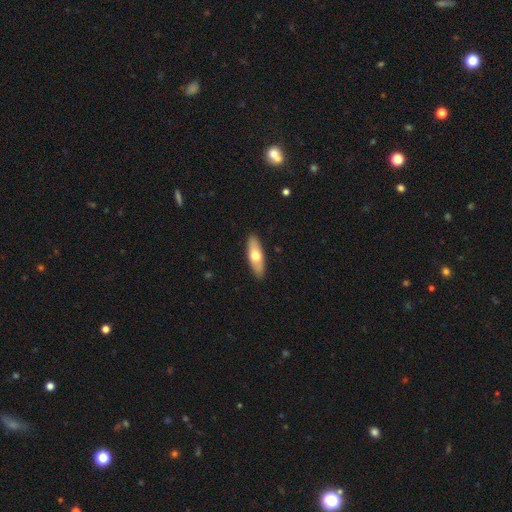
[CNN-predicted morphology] Smooth or featured?
  - smooth: 60% *
  - featured or disk: 35%
  - star or artifact: 5%
How rounded?
  - in between: 58% *
  - cigar-shaped: 39%
  - round: 3%
Merging?
  - none: 90% *
  - minor disturbance: 8%
  - major disturbance: 2%
  - merger: 1%